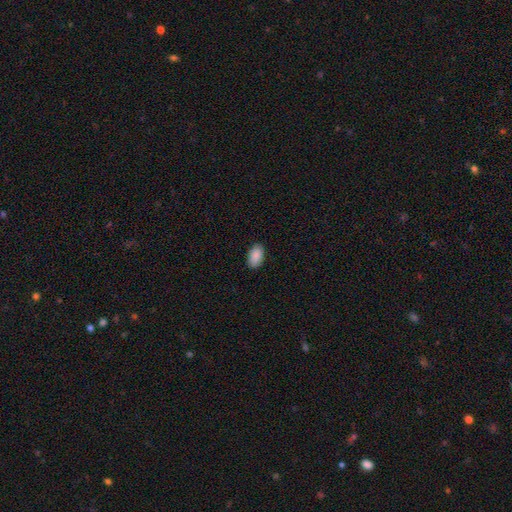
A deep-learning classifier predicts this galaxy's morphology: Smooth or featured? Predicted: smooth (p=0.90). How rounded? Predicted: in between (p=0.94). Merging? Predicted: none (p=0.88).